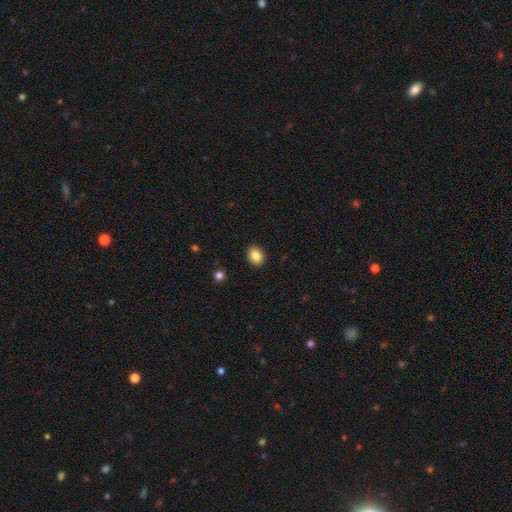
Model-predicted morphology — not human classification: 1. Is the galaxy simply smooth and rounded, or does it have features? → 85% smooth, 9% star or artifact, 5% featured or disk.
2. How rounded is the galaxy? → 50% round, 49% in between, 1% cigar-shaped.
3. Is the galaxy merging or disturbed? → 91% none, 6% minor disturbance, 2% major disturbance, 1% merger.